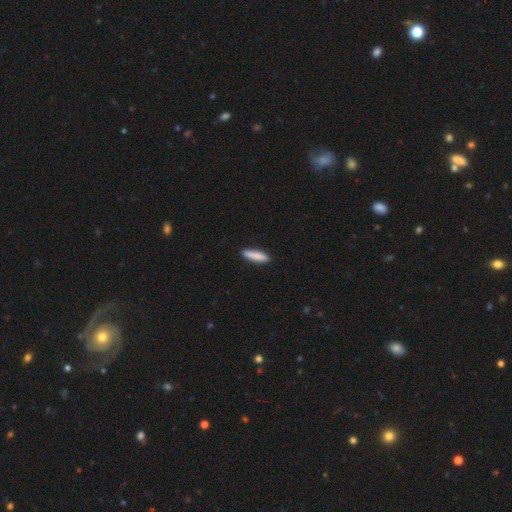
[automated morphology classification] Q: Smooth or featured?
A: smooth (86%); runner-up: featured or disk (8%)
Q: How rounded?
A: cigar-shaped (80%); runner-up: in between (18%)
Q: Merging?
A: none (89%); runner-up: minor disturbance (8%)